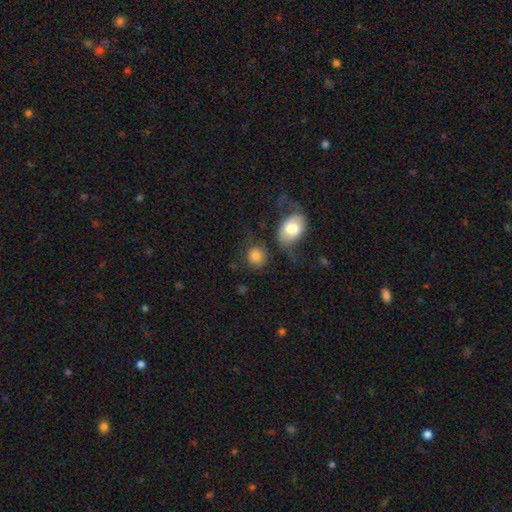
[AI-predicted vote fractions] This appears to be a smooth galaxy with no disk features (81%) that is round (74%). Merging: none (61%).